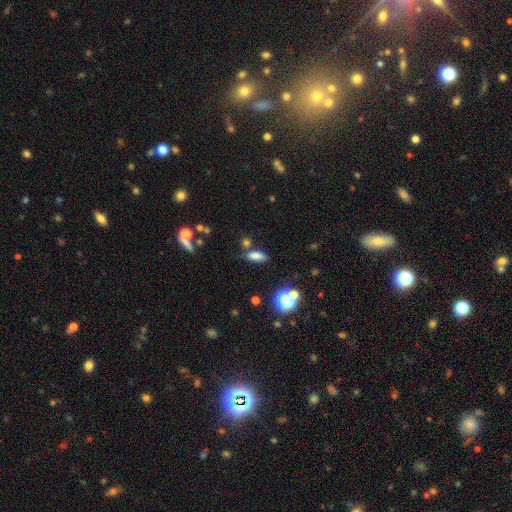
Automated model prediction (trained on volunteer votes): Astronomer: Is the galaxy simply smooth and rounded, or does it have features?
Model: smooth — 77%.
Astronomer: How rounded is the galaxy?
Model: in between — 75%.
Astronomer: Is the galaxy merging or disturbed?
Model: none — 70%.